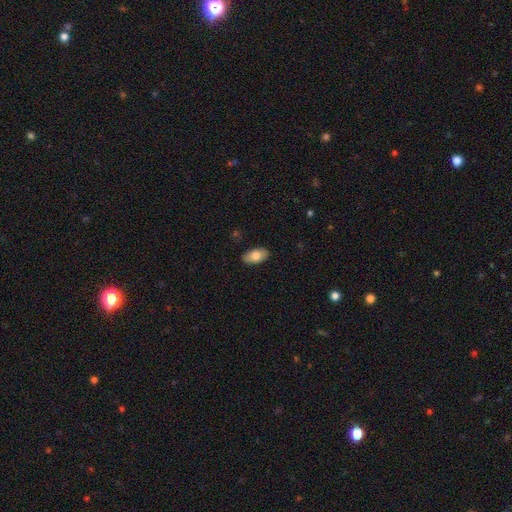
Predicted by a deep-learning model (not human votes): smooth-or-featured: smooth: 79% | featured or disk: 15% | star or artifact: 6%
  how-rounded: in between: 94% | round: 4% | cigar-shaped: 2%
  merging: none: 88% | minor disturbance: 10% | major disturbance: 2% | merger: 1%